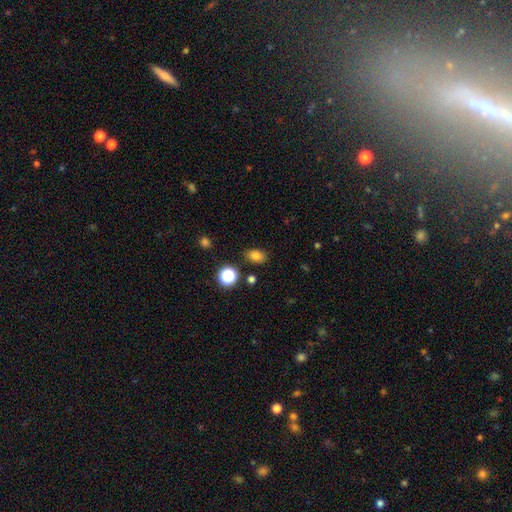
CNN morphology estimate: The model was most divided on "how rounded": in between: 77%, round: 21%, cigar-shaped: 2%. More confident: merging — none (83%); smooth or featured — smooth (80%).